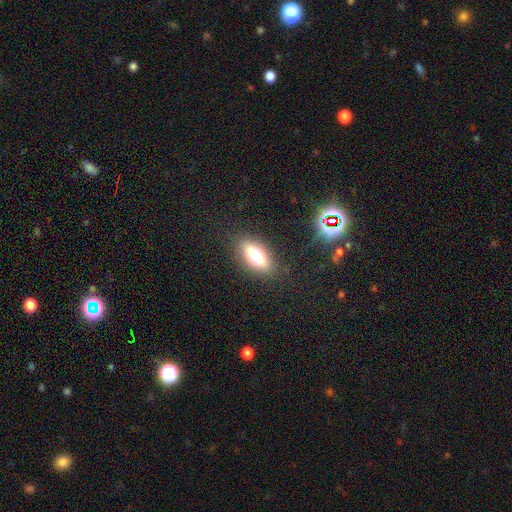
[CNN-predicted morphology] smooth_or_featured: smooth (p=0.69) [alt: featured or disk p=0.21]
how_rounded: in between (p=0.79) [alt: cigar-shaped p=0.16]
merging: none (p=0.85) [alt: minor disturbance p=0.10]